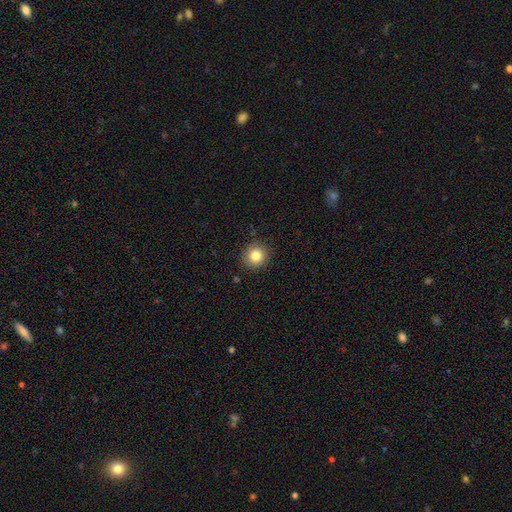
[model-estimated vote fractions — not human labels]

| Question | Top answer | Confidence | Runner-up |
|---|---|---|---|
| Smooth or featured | smooth | 83% | star or artifact (10%) |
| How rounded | round | 90% | in between (9%) |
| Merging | none | 89% | minor disturbance (7%) |